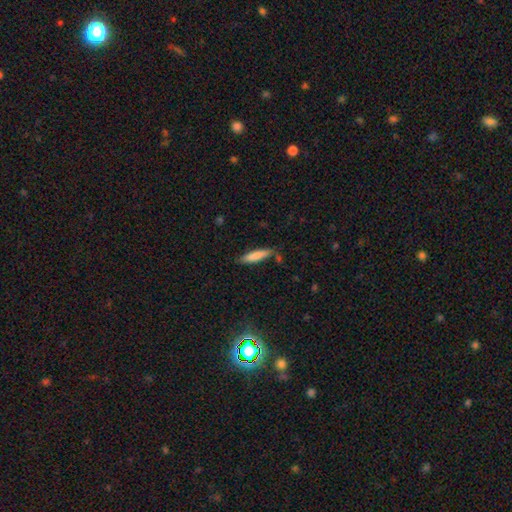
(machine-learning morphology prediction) This appears to be a smooth galaxy with no disk features (81%) that is cigar-shaped (80%). Merging: none (77%).